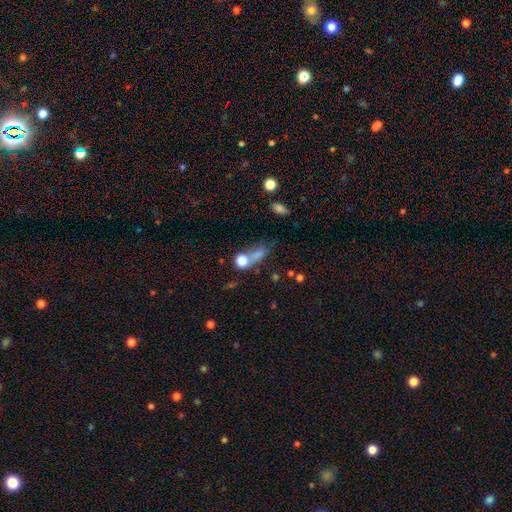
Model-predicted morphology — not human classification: Smooth or featured? Predicted: smooth (p=0.67). How rounded? Predicted: in between (p=0.47). Merging? Predicted: none (p=0.43).